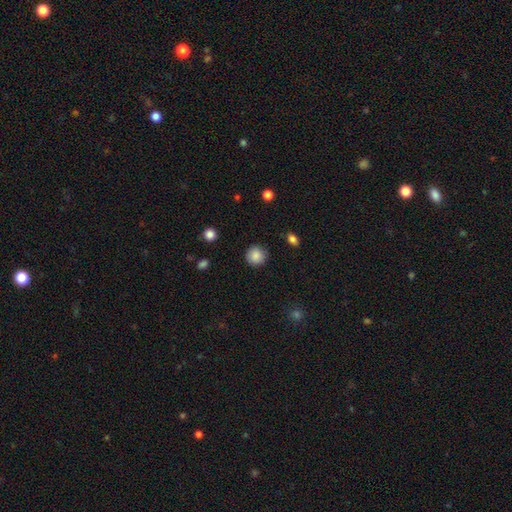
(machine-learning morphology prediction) Overall: smooth (88%). How rounded: round (93%). Merging: none (89%).